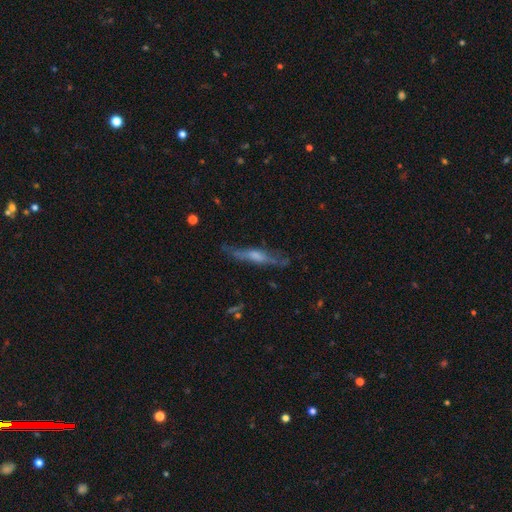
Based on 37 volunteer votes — Smooth or featured? 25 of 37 (68%) said featured or disk. Edge-on disk? 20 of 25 (80%) said yes. Edge-on bulge? 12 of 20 (60%) said rounded. Merging? 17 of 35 (49%) said none.